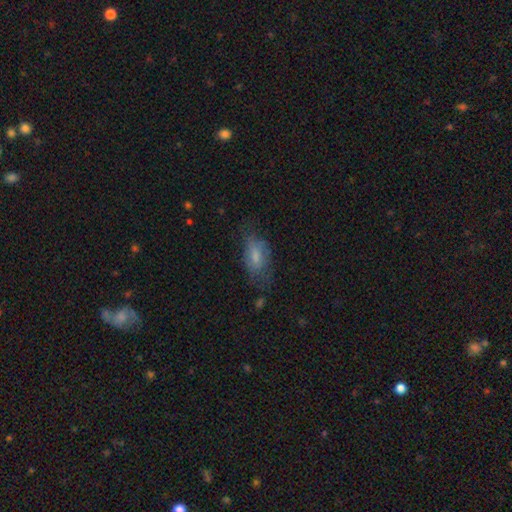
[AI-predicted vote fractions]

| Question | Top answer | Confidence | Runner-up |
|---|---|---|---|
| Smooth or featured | smooth | 66% | featured or disk (25%) |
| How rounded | in between | 87% | cigar-shaped (8%) |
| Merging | none | 51% | minor disturbance (29%) |